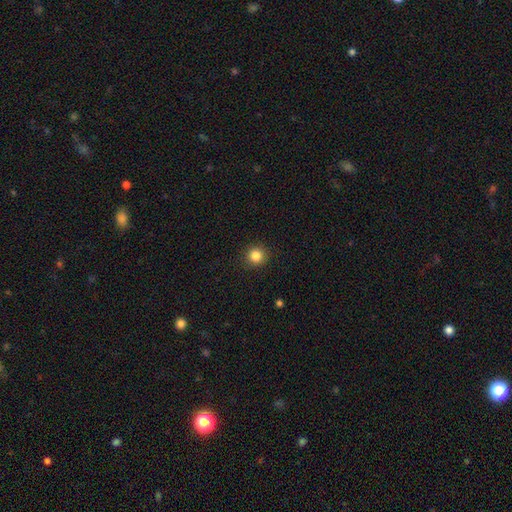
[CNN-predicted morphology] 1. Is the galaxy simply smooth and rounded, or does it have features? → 85% smooth, 11% star or artifact, 4% featured or disk.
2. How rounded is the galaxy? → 93% round, 6% in between, 1% cigar-shaped.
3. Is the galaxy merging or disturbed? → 91% none, 6% minor disturbance, 2% major disturbance, 1% merger.